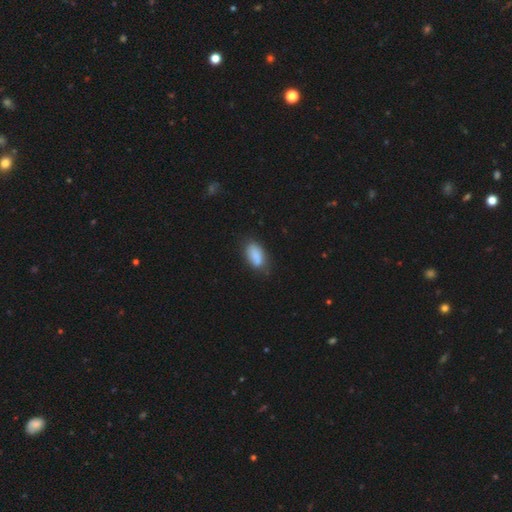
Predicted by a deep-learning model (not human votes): A smooth galaxy with no disk features (84%) that is in between round and cigar-shaped (92%). Merging: none (68%).